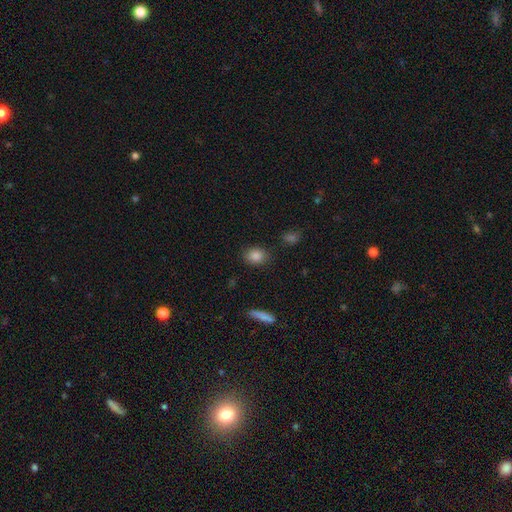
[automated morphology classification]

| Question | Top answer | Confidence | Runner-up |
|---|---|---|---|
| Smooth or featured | smooth | 86% | star or artifact (9%) |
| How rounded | in between | 53% | round (45%) |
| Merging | none | 85% | minor disturbance (10%) |